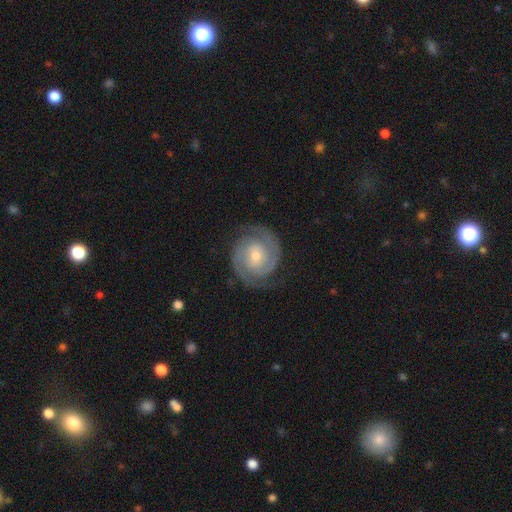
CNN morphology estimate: featured or disk 91%, smooth 5%, star or artifact 4%. Down the decision tree: edge-on disk — no (98%); bar — no (58%); spiral arms — yes (98%); spiral arm count — 2 (92%); spiral winding — tight (69%); bulge size — moderate (49%); merging — none (85%).